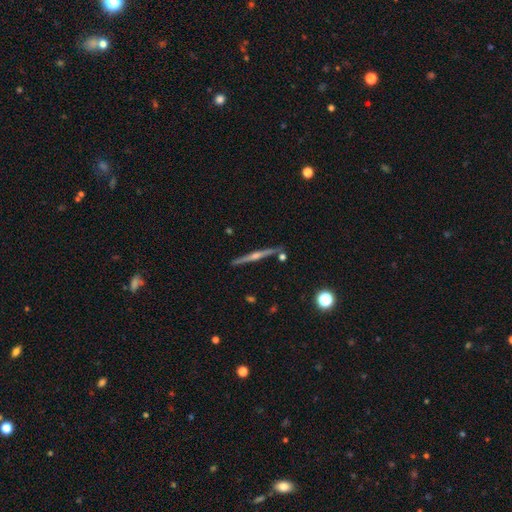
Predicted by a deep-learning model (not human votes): This appears to be a featured or disk galaxy (80%) viewed edge-on (98%) with a rounded central bulge (86%). Merging: none (87%).